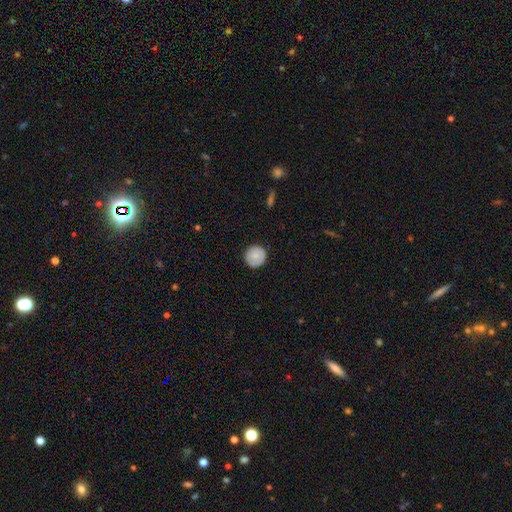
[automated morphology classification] This is likely a smooth galaxy (74%). How rounded: clearly round (93%). Merging: clearly none (88%).